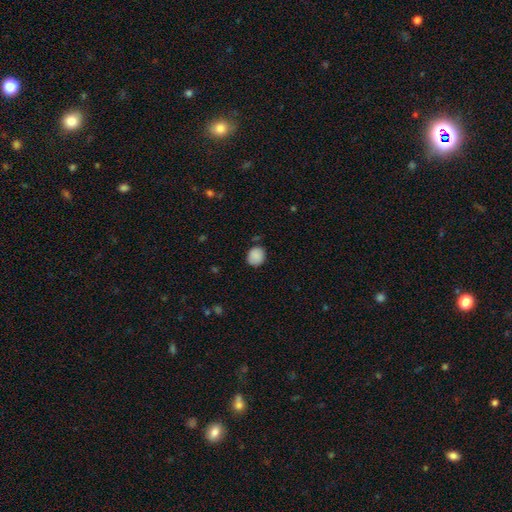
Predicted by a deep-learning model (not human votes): Morphology: type=smooth (88%); roundness=round (72%); merging=none (79%).